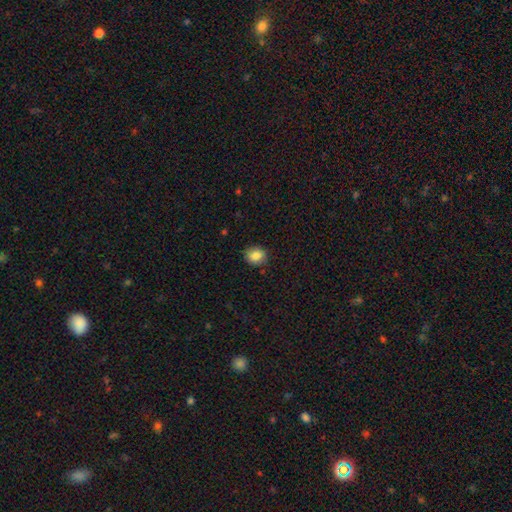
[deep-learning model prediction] Smooth or featured?
  - smooth: 86% *
  - star or artifact: 9%
  - featured or disk: 6%
How rounded?
  - round: 65% *
  - in between: 34%
  - cigar-shaped: 1%
Merging?
  - none: 84% *
  - minor disturbance: 12%
  - major disturbance: 3%
  - merger: 1%